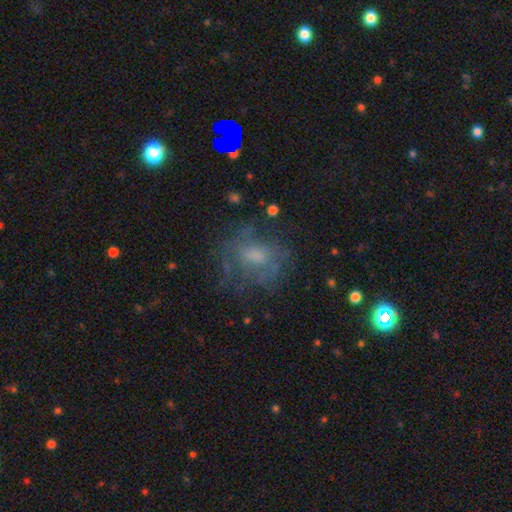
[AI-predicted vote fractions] Smooth or featured? featured or disk (45%)
Merging? none (57%)